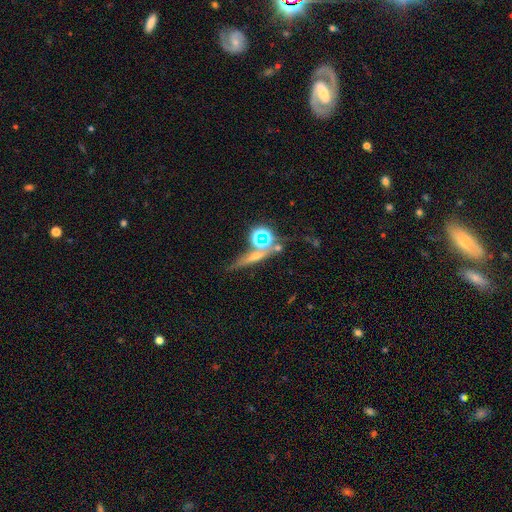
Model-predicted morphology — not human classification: This appears to be a star or artifact, not a galaxy (42%).